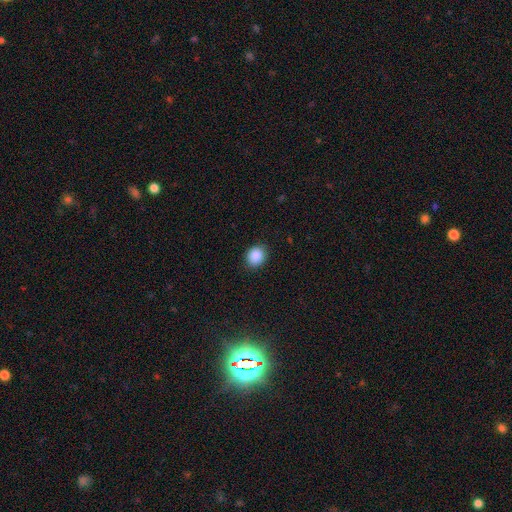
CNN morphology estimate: smooth-or-featured: smooth: 89% | star or artifact: 9% | featured or disk: 3%
  how-rounded: round: 68% | in between: 31% | cigar-shaped: 1%
  merging: none: 89% | minor disturbance: 8% | major disturbance: 2% | merger: 1%